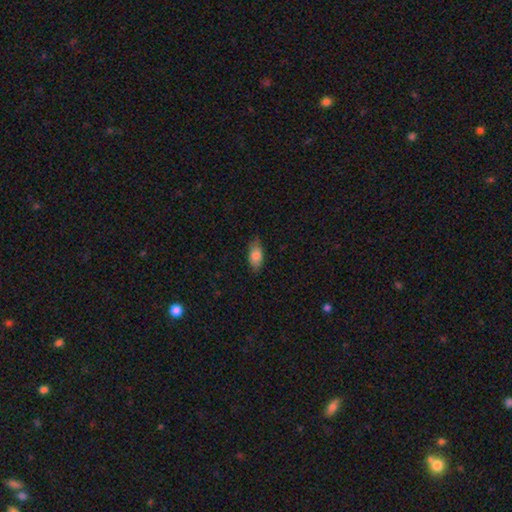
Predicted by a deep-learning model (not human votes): Q: Smooth or featured?
A: smooth (83%); runner-up: featured or disk (10%)
Q: How rounded?
A: in between (88%); runner-up: cigar-shaped (8%)
Q: Merging?
A: none (79%); runner-up: minor disturbance (17%)